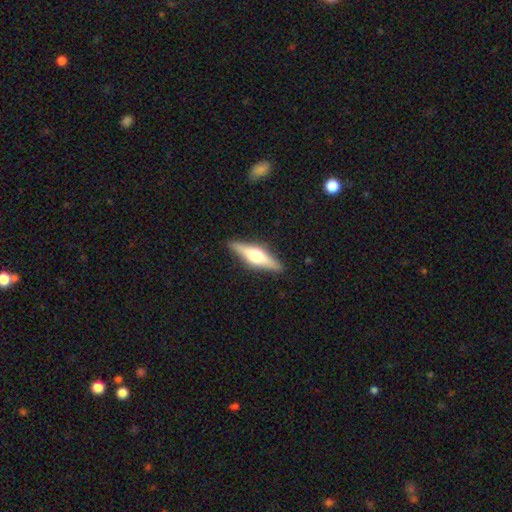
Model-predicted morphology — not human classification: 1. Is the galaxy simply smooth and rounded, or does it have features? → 63% featured or disk, 32% smooth, 6% star or artifact.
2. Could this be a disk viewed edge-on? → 96% yes, 4% no.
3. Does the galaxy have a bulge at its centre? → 93% rounded, 5% boxy, 2% none.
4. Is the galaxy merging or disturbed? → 89% none, 8% minor disturbance, 2% major disturbance, 1% merger.